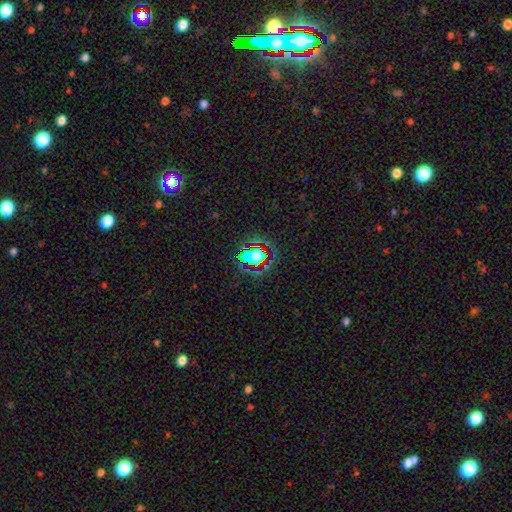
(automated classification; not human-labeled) smooth_or_featured: star or artifact (p=0.55) [alt: smooth p=0.32]